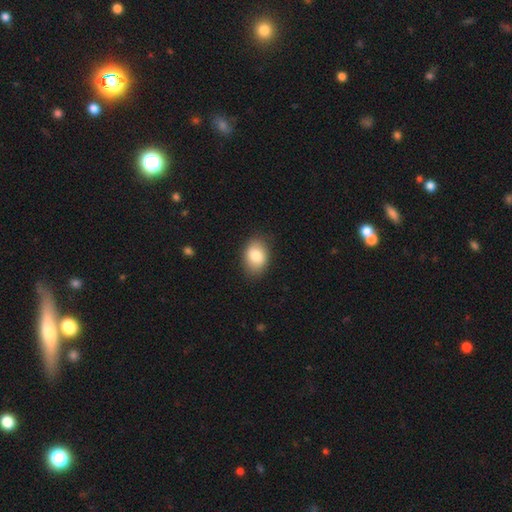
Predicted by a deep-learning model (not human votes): This appears to be a smooth galaxy with no disk features (83%) that is in between round and cigar-shaped (75%). Merging: none (85%).